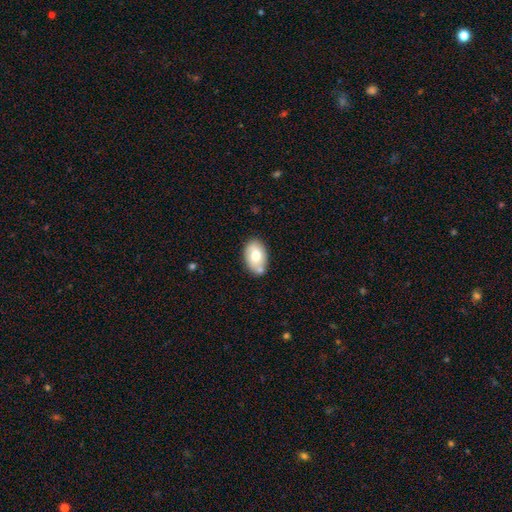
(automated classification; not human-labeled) This appears to be a smooth galaxy with no disk features (69%) that is in between round and cigar-shaped (89%). Merging: none (67%).